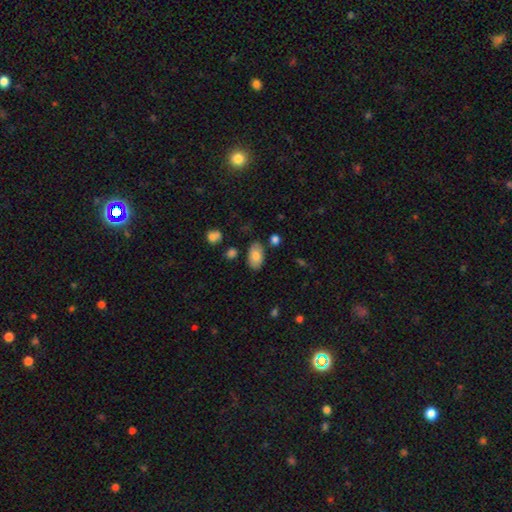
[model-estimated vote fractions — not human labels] Smooth or featured? Predicted: smooth (p=0.80). How rounded? Predicted: in between (p=0.94). Merging? Predicted: none (p=0.80).